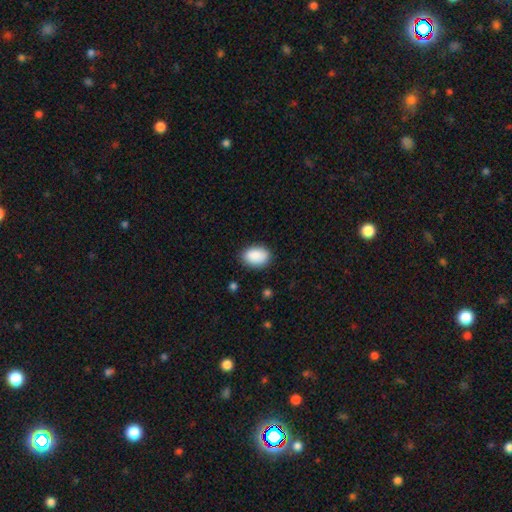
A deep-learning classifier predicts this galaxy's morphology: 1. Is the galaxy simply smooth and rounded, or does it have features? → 89% smooth, 7% star or artifact, 4% featured or disk.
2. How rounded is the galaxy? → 85% in between, 14% round, 1% cigar-shaped.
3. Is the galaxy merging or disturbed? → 85% none, 12% minor disturbance, 3% major disturbance, 1% merger.